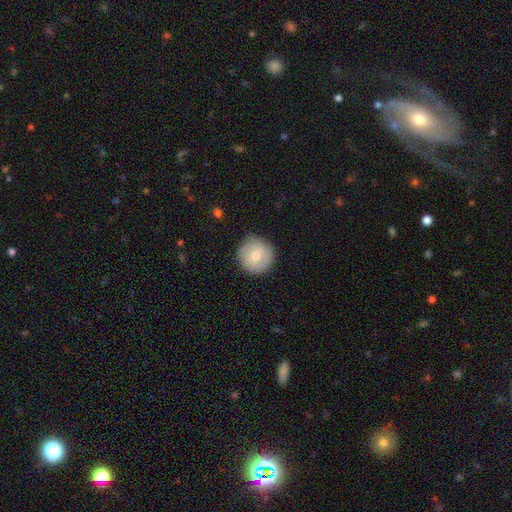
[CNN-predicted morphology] This is likely a smooth galaxy (69%). How rounded: clearly round (95%). Merging: clearly none (83%).